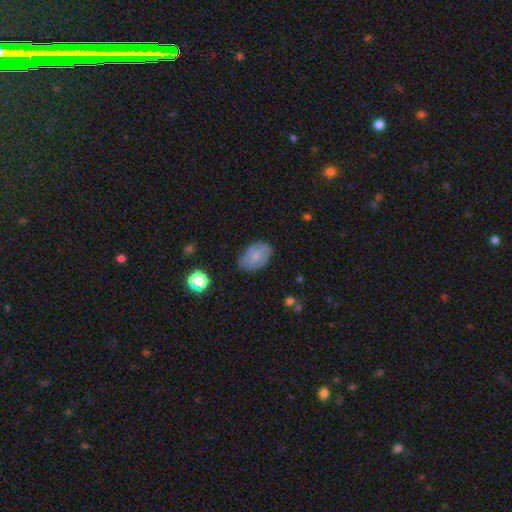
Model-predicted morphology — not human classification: smooth_or_featured: smooth (p=0.52) [alt: featured or disk p=0.38]
how_rounded: in between (p=0.85) [alt: round p=0.14]
merging: none (p=0.71) [alt: minor disturbance p=0.22]